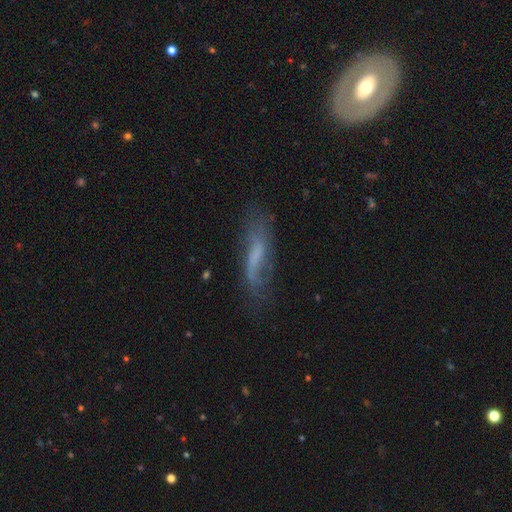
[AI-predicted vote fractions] Smooth or featured: featured or disk — 51% (smooth — 38%)
Edge-on disk: no — 72% (yes — 28%)
Merging: none — 56% (minor disturbance — 26%)